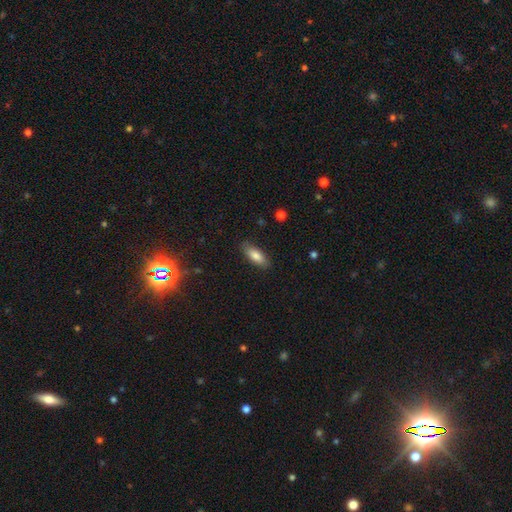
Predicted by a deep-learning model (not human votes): Q: Smooth or featured?
A: smooth (82%); runner-up: featured or disk (11%)
Q: How rounded?
A: in between (76%); runner-up: cigar-shaped (22%)
Q: Merging?
A: none (84%); runner-up: minor disturbance (12%)